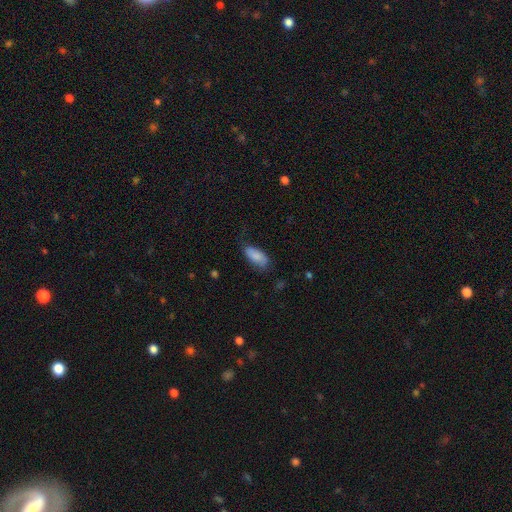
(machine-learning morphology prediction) Smooth or featured? smooth (82%)
How rounded? in between (88%)
Merging? none (56%)